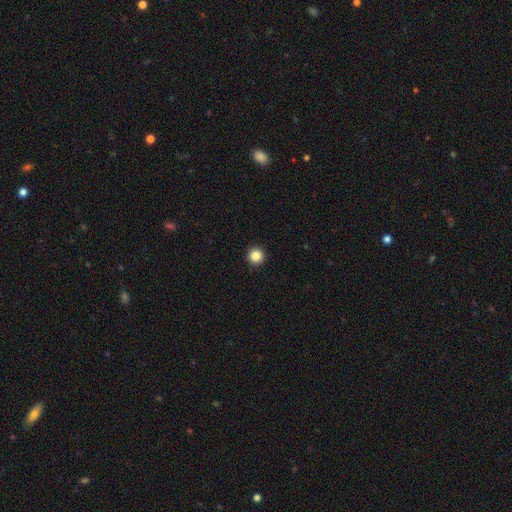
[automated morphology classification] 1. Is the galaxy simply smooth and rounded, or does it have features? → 85% smooth, 11% star or artifact, 4% featured or disk.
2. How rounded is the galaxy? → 96% round, 3% in between, 1% cigar-shaped.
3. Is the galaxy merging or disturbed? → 94% none, 4% minor disturbance, 1% major disturbance, 1% merger.